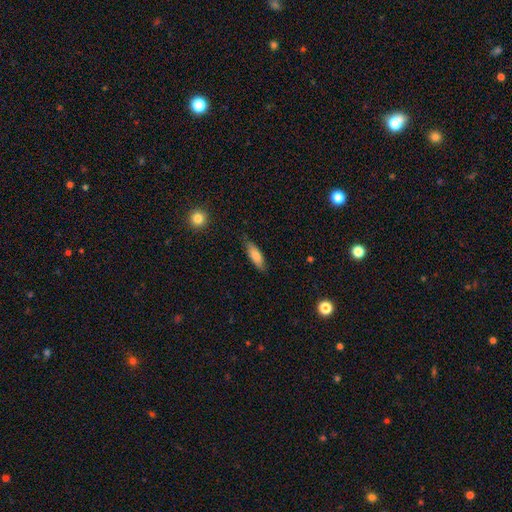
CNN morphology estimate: This is likely a smooth galaxy (78%). How rounded: possibly in between (55%). Merging: likely none (78%).